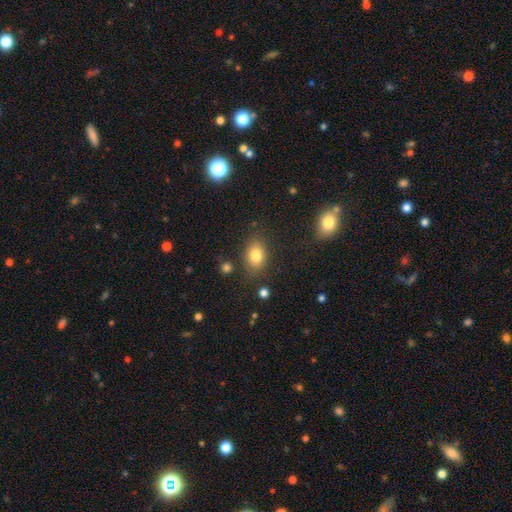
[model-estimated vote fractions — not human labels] smooth-or-featured: smooth: 81% | star or artifact: 11% | featured or disk: 8%
  how-rounded: in between: 71% | round: 27% | cigar-shaped: 1%
  merging: none: 79% | minor disturbance: 13% | major disturbance: 4% | merger: 4%